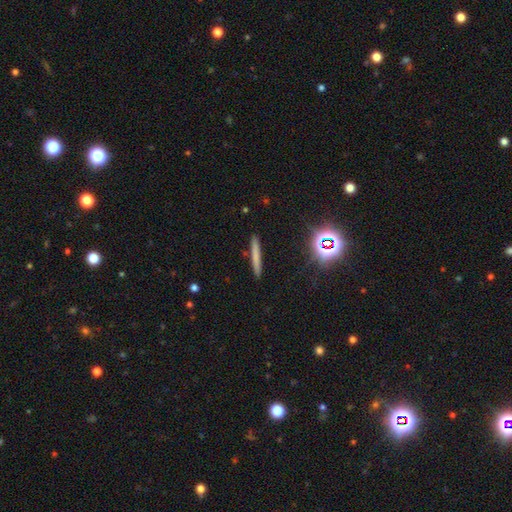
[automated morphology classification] Smooth or featured: smooth — 66% (featured or disk — 22%)
How rounded: cigar-shaped — 95% (in between — 3%)
Merging: none — 90% (minor disturbance — 7%)